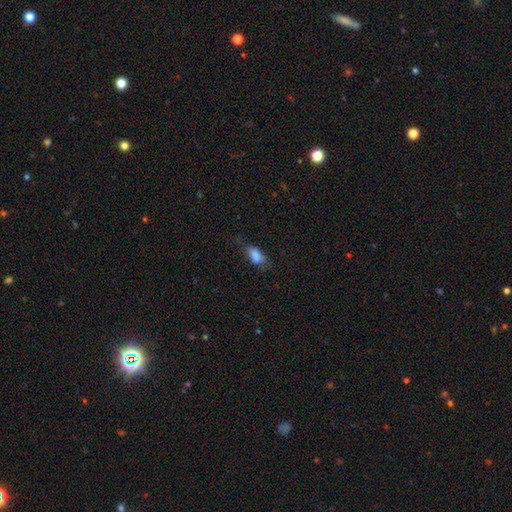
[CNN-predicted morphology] Q: Smooth or featured?
A: smooth (80%); runner-up: featured or disk (11%)
Q: How rounded?
A: in between (85%); runner-up: cigar-shaped (10%)
Q: Merging?
A: none (52%); runner-up: minor disturbance (30%)